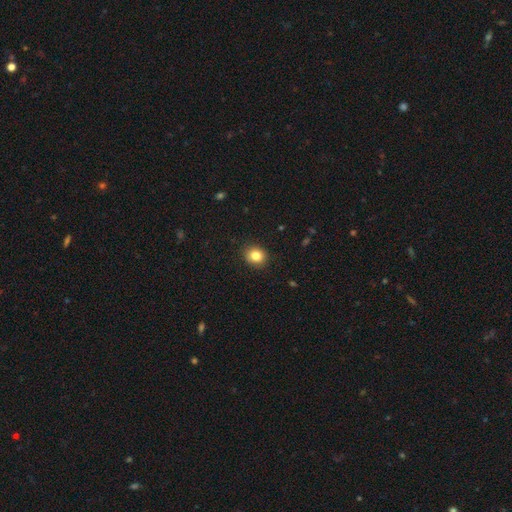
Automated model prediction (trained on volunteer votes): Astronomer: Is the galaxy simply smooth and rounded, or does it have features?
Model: smooth — 83%.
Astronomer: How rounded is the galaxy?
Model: round — 74%.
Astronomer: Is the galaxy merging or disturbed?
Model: none — 91%.